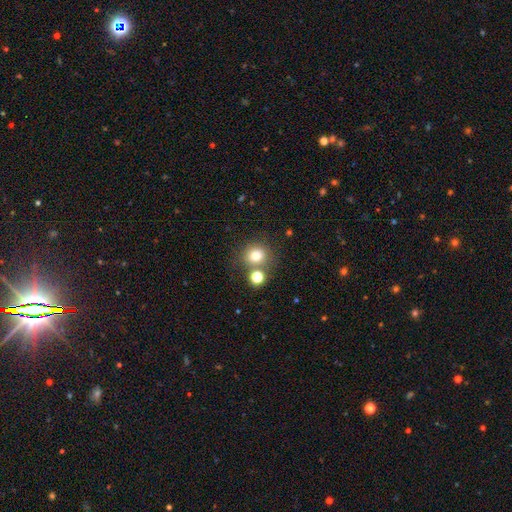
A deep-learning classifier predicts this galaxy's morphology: smooth 77%, star or artifact 14%, featured or disk 8%. Down the decision tree: how rounded — round (86%); merging — none (68%).